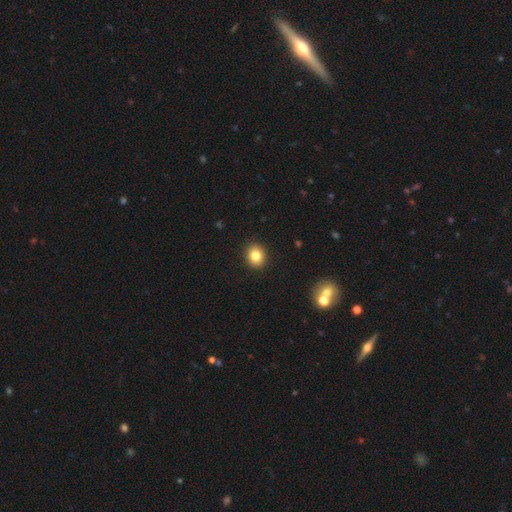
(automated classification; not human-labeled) This is clearly a smooth galaxy (83%). How rounded: likely round (69%). Merging: clearly none (92%).